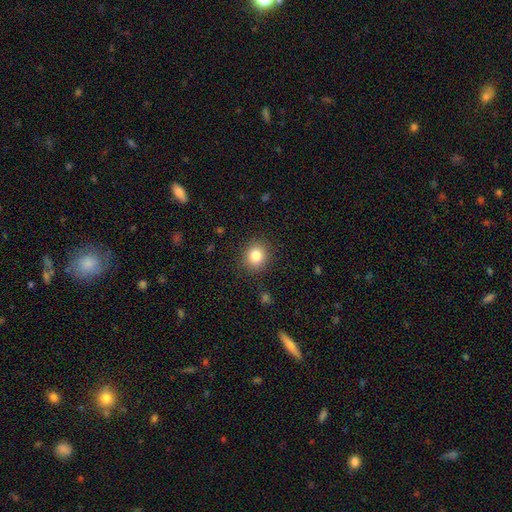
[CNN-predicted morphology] Smooth or featured: smooth — 82% (star or artifact — 11%)
How rounded: round — 78% (in between — 21%)
Merging: none — 89% (minor disturbance — 8%)